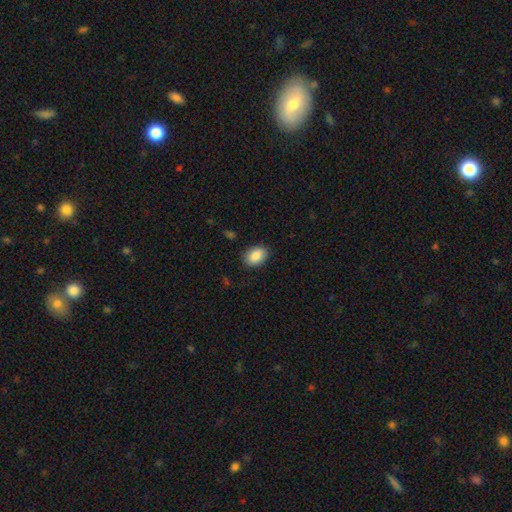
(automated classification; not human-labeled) Q: Smooth or featured?
A: smooth (87%); runner-up: star or artifact (7%)
Q: How rounded?
A: in between (80%); runner-up: round (19%)
Q: Merging?
A: none (87%); runner-up: minor disturbance (10%)